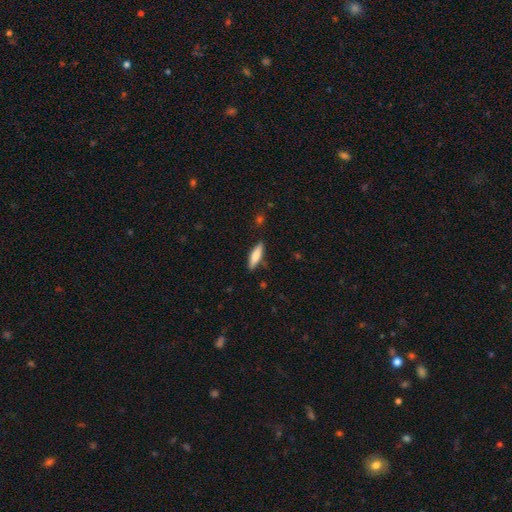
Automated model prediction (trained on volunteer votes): Morphology: type=smooth (72%); roundness=cigar-shaped (60%); merging=none (85%).